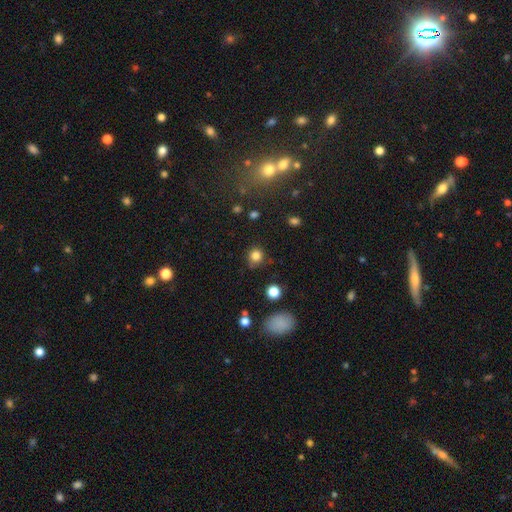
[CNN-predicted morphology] smooth-or-featured: smooth: 82% | star or artifact: 13% | featured or disk: 5%
  how-rounded: round: 89% | in between: 10% | cigar-shaped: 1%
  merging: none: 79% | minor disturbance: 14% | major disturbance: 4% | merger: 3%